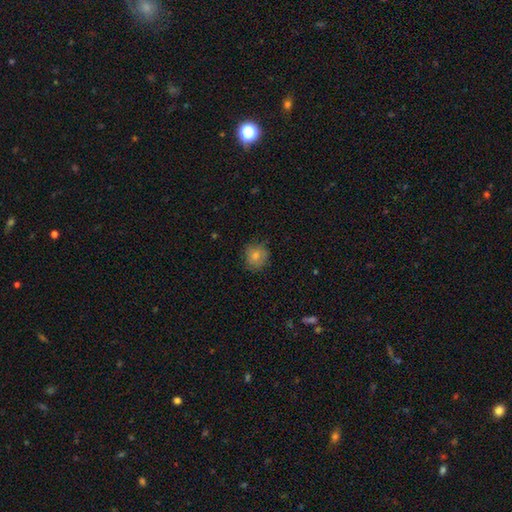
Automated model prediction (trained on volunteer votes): smooth 79%, featured or disk 12%, star or artifact 10%. Down the decision tree: how rounded — round (86%); merging — none (79%).